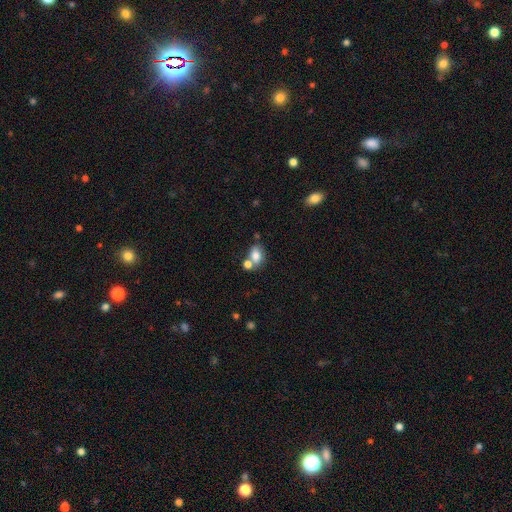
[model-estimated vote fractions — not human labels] This is likely a smooth galaxy (78%). How rounded: likely in between (75%). Merging: possibly none (47%).